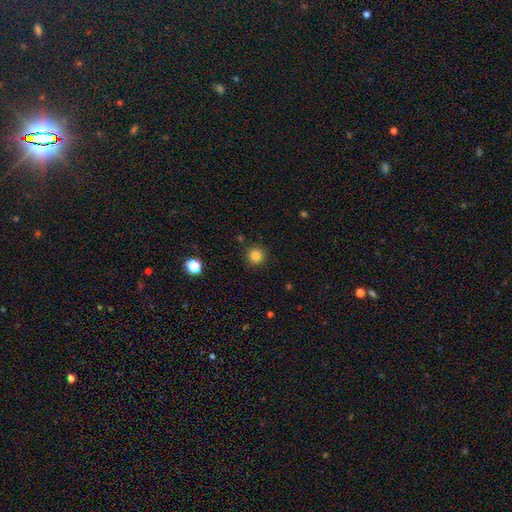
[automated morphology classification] smooth 83%, star or artifact 12%, featured or disk 4%. Down the decision tree: how rounded — round (95%); merging — none (90%).